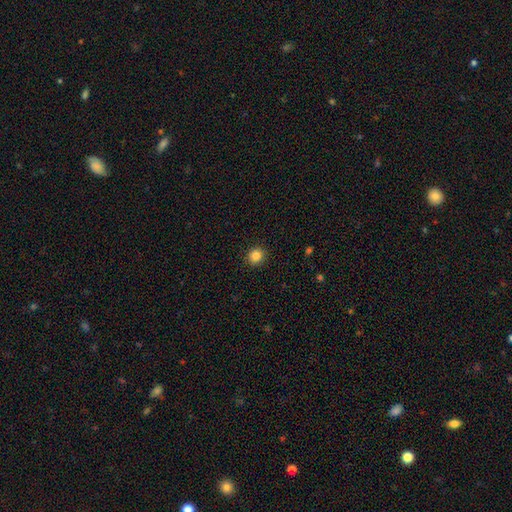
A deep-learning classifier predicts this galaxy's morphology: A smooth galaxy with no disk features (85%) that is round (87%).

Vote fractions:
- Smooth or featured? smooth: 85% / star or artifact: 11% / featured or disk: 4%
- How rounded? round: 87% / in between: 12% / cigar-shaped: 1%
- Merging? none: 92% / minor disturbance: 5% / major disturbance: 2% / merger: 1%